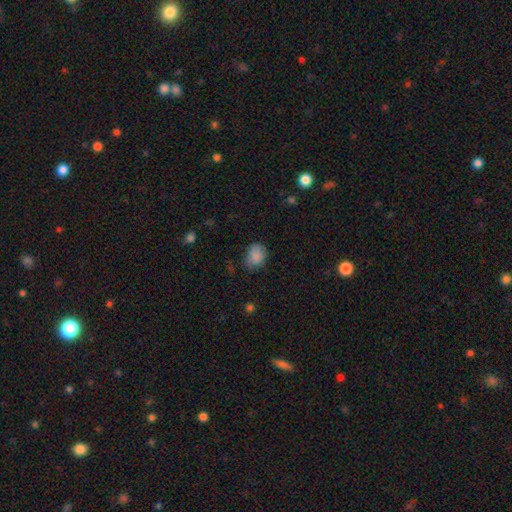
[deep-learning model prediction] This is clearly a smooth galaxy (85%). How rounded: possibly in between (59%). Merging: likely none (62%).